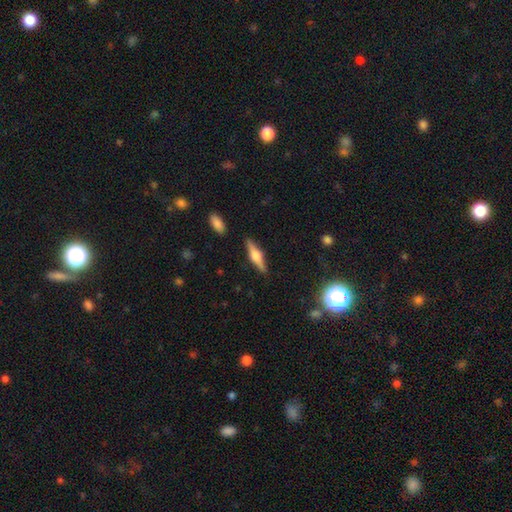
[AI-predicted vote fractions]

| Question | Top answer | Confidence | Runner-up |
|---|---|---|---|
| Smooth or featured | featured or disk | 67% | smooth (26%) |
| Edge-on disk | yes | 97% | no (3%) |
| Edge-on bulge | rounded | 90% | boxy (8%) |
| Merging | none | 89% | minor disturbance (8%) |